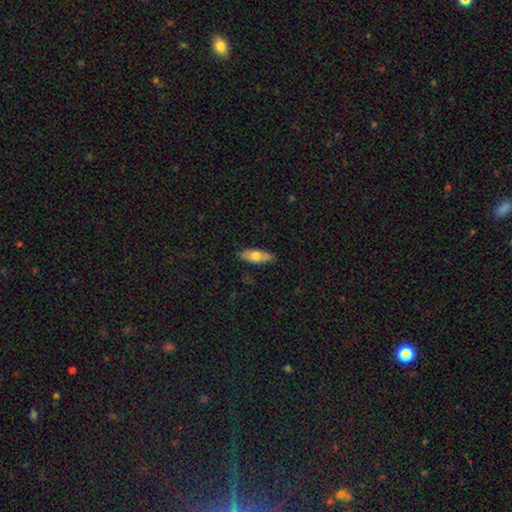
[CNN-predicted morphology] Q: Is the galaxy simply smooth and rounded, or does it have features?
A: smooth — 64%.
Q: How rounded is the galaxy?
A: in between — 66%.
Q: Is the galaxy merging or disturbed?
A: none — 86%.